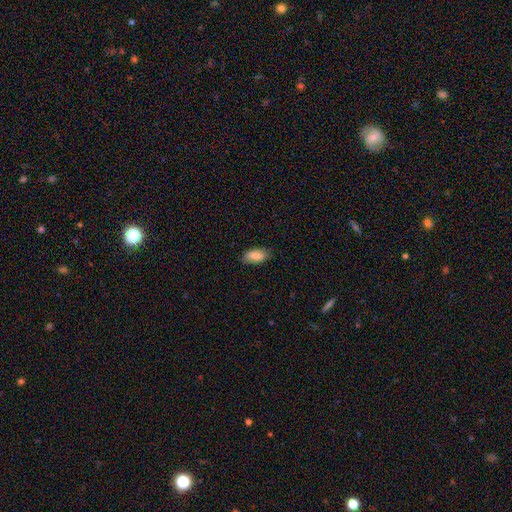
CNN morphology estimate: smooth-or-featured: smooth: 84% | featured or disk: 9% | star or artifact: 7%
  how-rounded: in between: 91% | cigar-shaped: 7% | round: 3%
  merging: none: 82% | minor disturbance: 14% | major disturbance: 3% | merger: 1%